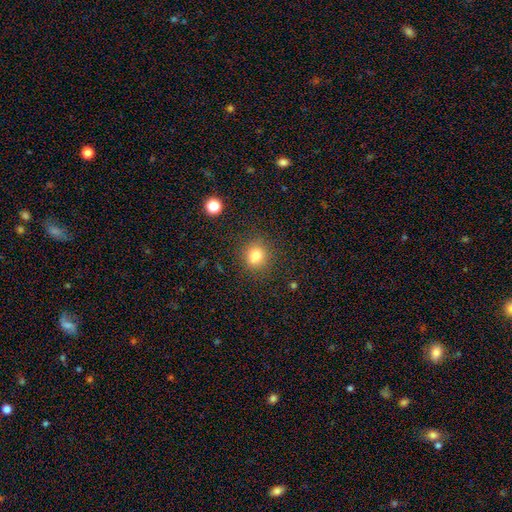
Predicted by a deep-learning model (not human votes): smooth_or_featured: smooth (p=0.80) [alt: star or artifact p=0.13]
how_rounded: round (p=0.80) [alt: in between p=0.19]
merging: none (p=0.86) [alt: minor disturbance p=0.09]